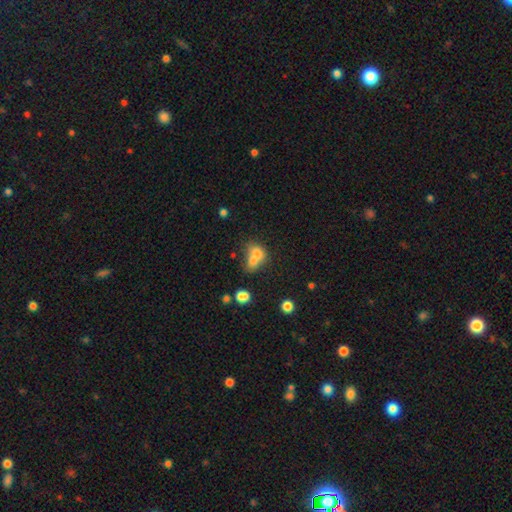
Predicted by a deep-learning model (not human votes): Smooth or featured?
  - smooth: 69% *
  - featured or disk: 19%
  - star or artifact: 12%
How rounded?
  - in between: 54% *
  - round: 44%
  - cigar-shaped: 2%
Merging?
  - merger: 66% *
  - none: 20%
  - minor disturbance: 8%
  - major disturbance: 5%